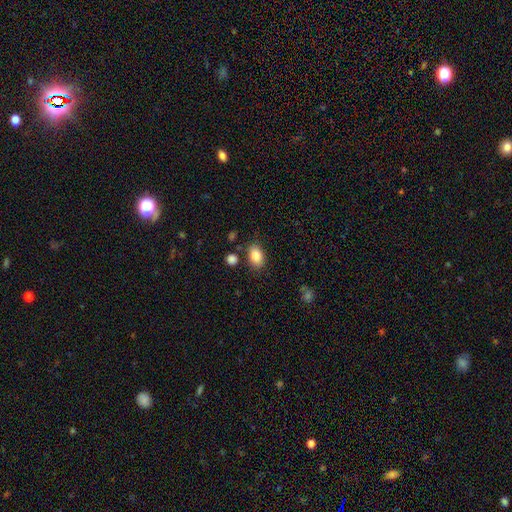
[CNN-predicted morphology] Smooth or featured? smooth (85%)
How rounded? in between (86%)
Merging? none (81%)